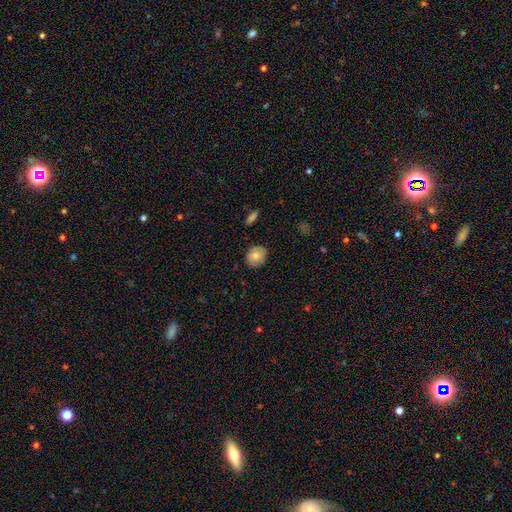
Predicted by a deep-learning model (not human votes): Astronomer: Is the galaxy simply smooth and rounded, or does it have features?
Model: smooth — 77%.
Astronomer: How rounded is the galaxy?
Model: round — 61% (runner-up: in between, 38%).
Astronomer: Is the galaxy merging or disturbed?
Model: none — 84%.